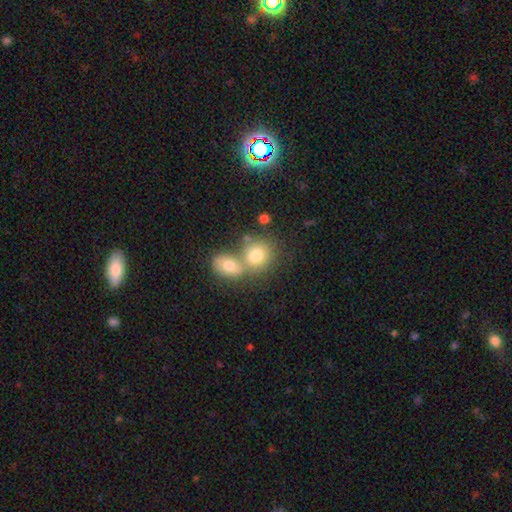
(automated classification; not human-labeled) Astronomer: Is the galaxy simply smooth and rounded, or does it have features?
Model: smooth — 76%.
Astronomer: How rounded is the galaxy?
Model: round — 65%.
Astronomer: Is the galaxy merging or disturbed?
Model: merger — 52% (runner-up: none, 36%).